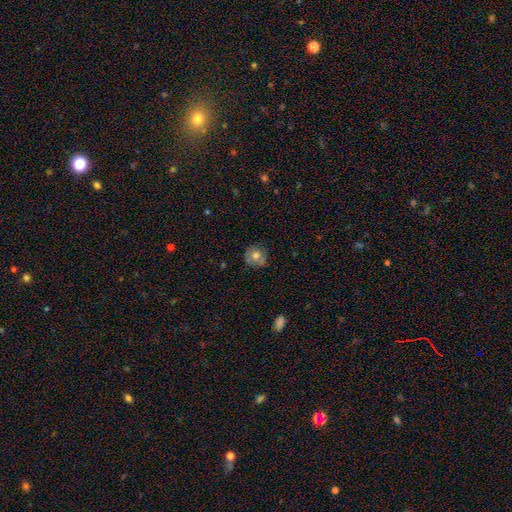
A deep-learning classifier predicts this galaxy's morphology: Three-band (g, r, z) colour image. It shows a smooth galaxy with no disk features (67%) that is round (84%). Merging: none (72%).